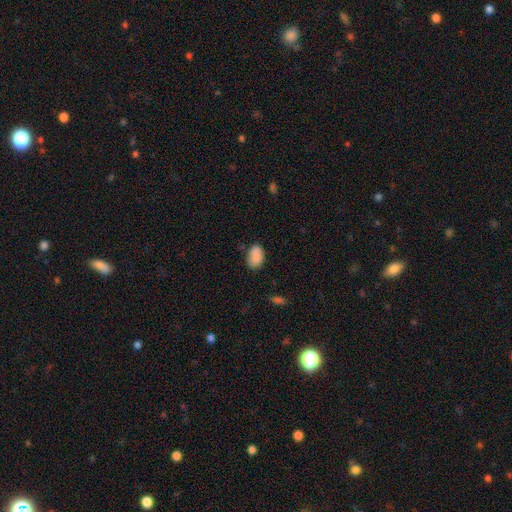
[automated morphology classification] smooth-or-featured: smooth: 86% | star or artifact: 7% | featured or disk: 6%
  how-rounded: in between: 89% | round: 9% | cigar-shaped: 1%
  merging: none: 77% | minor disturbance: 17% | major disturbance: 3% | merger: 2%